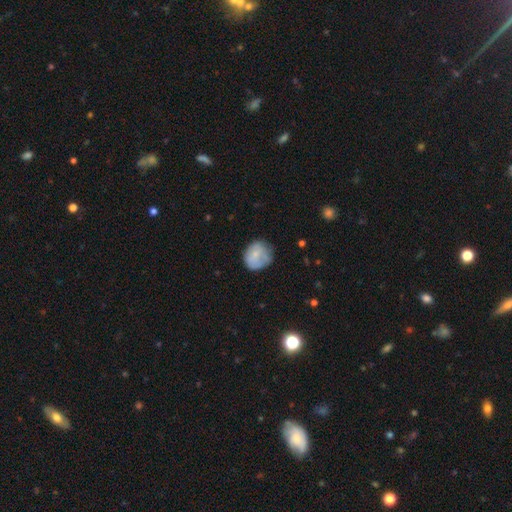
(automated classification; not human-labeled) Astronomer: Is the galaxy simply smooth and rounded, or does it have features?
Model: smooth — 71%.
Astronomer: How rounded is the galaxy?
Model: round — 77%.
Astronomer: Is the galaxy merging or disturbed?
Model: none — 57%.